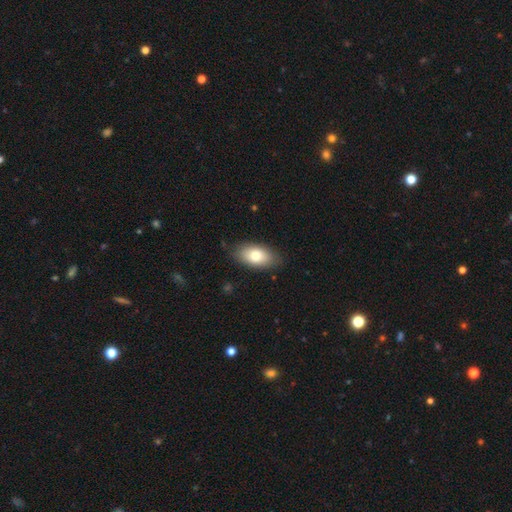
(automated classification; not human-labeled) This is likely a smooth galaxy (78%). How rounded: clearly in between (92%). Merging: clearly none (83%).